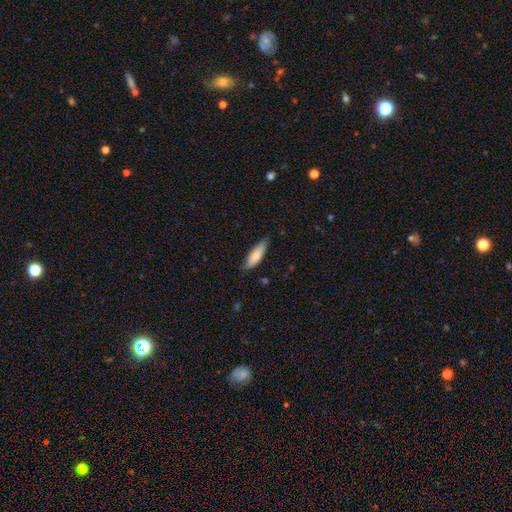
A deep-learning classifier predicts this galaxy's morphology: Smooth or featured: smooth — 76% (featured or disk — 19%)
How rounded: cigar-shaped — 52% (in between — 47%)
Merging: none — 82% (minor disturbance — 15%)